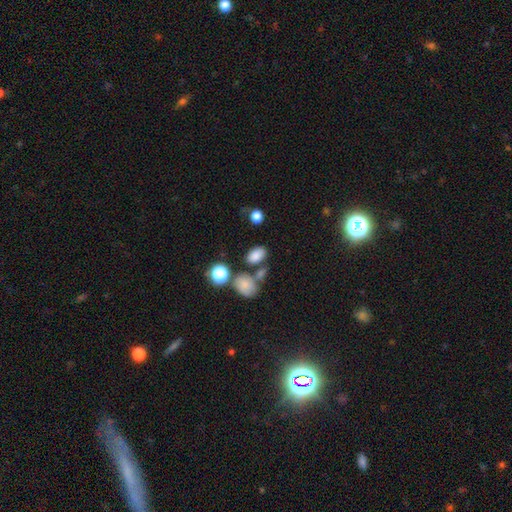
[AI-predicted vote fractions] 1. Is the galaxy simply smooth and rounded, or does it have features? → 81% smooth, 11% star or artifact, 8% featured or disk.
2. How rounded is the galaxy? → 86% in between, 12% round, 1% cigar-shaped.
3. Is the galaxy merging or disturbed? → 62% none, 20% merger, 13% minor disturbance, 5% major disturbance.